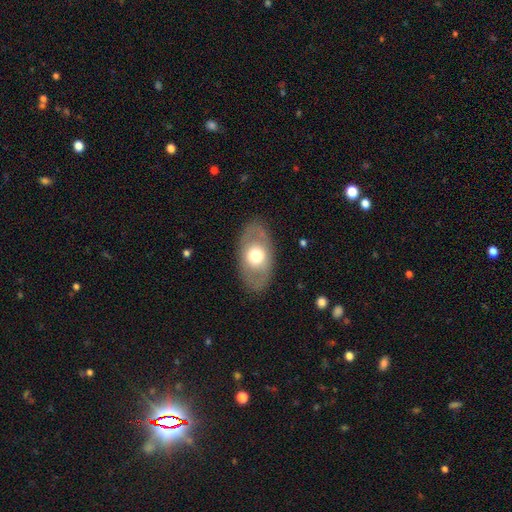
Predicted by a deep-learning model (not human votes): Morphology: type=smooth (50%); roundness=in between (86%); merging=none (83%).